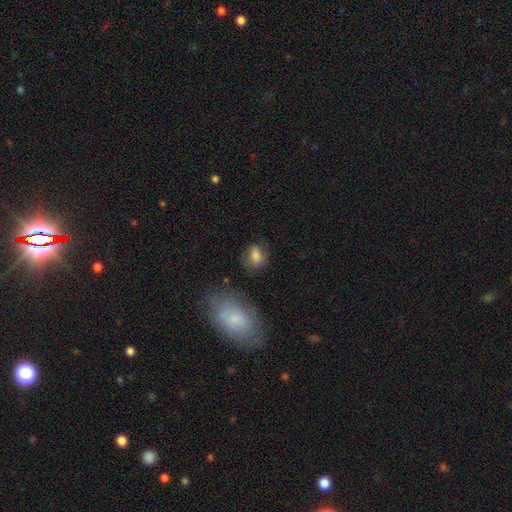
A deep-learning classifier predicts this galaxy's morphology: Q: Smooth or featured?
A: smooth (78%); runner-up: featured or disk (12%)
Q: How rounded?
A: in between (67%); runner-up: round (30%)
Q: Merging?
A: none (63%); runner-up: minor disturbance (23%)